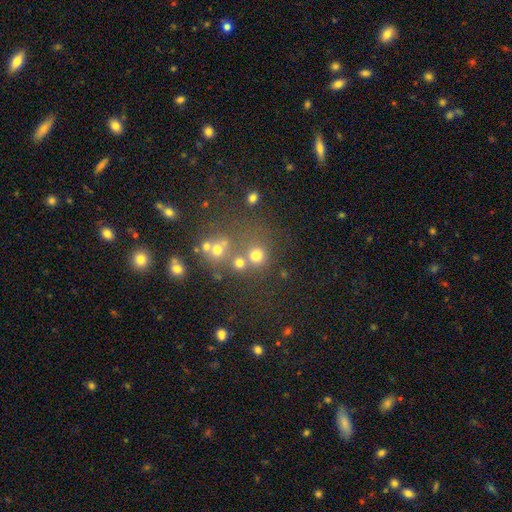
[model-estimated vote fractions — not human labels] Overall: smooth (68%). How rounded: round (84%). Merging: none (59%; merger 26%).